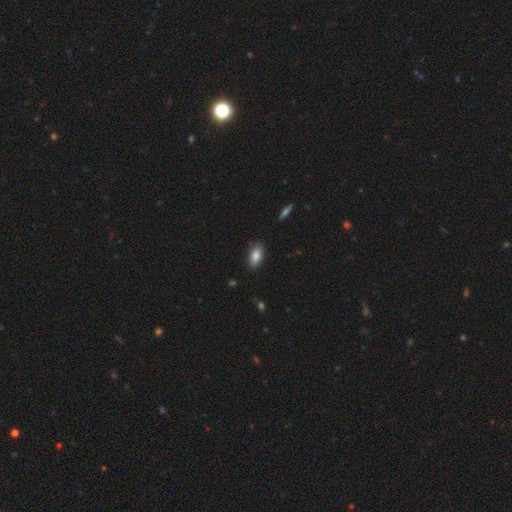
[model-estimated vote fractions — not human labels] Smooth or featured? smooth (84%)
How rounded? in between (91%)
Merging? none (84%)